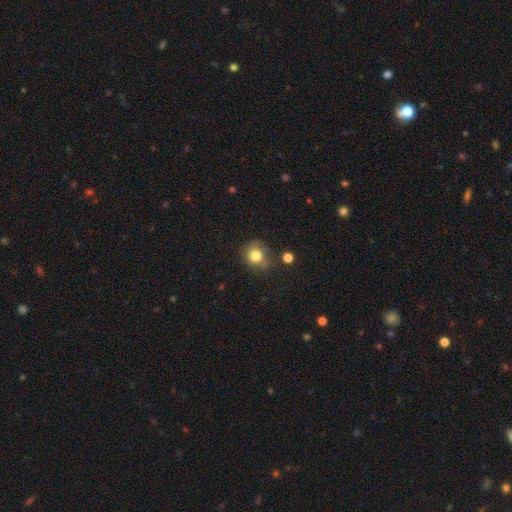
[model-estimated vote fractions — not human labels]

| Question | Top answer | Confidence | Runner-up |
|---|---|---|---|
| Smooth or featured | smooth | 81% | star or artifact (11%) |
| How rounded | round | 81% | in between (18%) |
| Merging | none | 67% | minor disturbance (20%) |